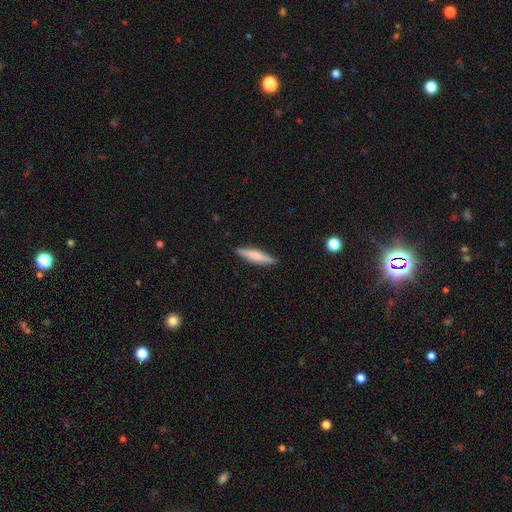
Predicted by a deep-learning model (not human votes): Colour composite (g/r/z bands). It shows a smooth galaxy with no disk features (62%) that is cigar-shaped (85%). Merging: none (89%).